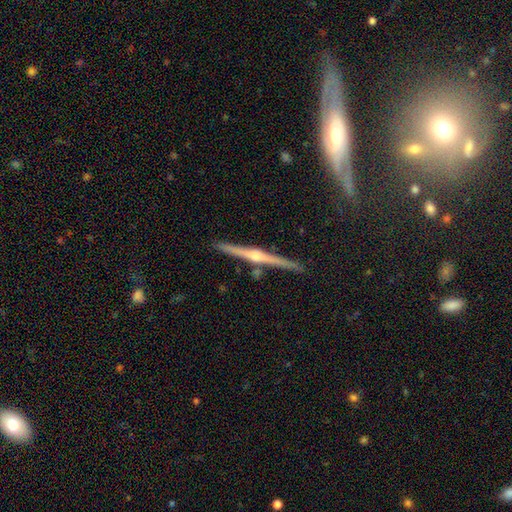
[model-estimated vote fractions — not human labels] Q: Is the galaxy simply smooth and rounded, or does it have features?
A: featured or disk — 84%.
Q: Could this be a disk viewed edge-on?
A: yes — 98%.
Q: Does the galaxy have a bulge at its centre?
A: rounded — 88%.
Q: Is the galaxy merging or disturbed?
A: none — 88%.